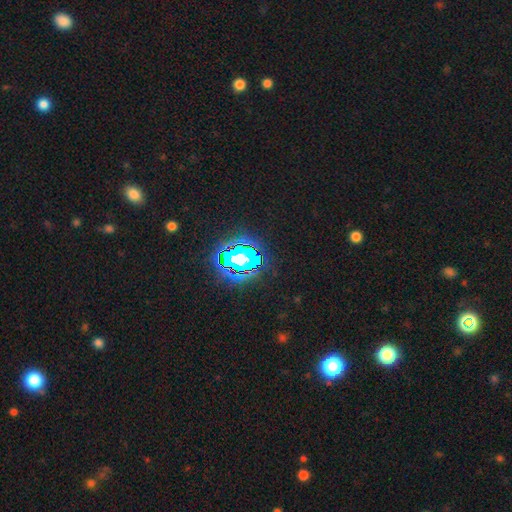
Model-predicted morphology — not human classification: Smooth or featured: star or artifact — 80% (smooth — 13%)